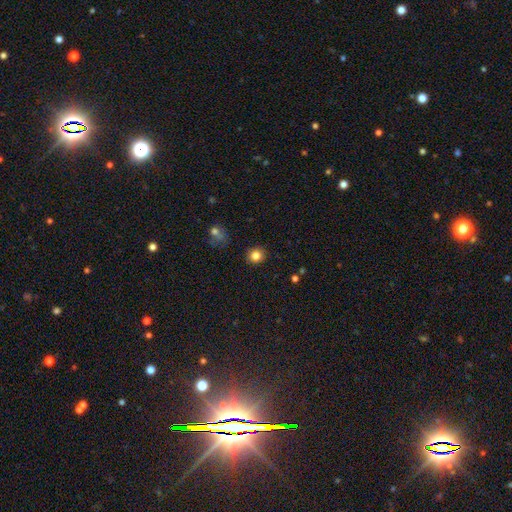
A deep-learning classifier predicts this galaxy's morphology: This is clearly a smooth galaxy (83%). How rounded: clearly round (87%). Merging: clearly none (89%).